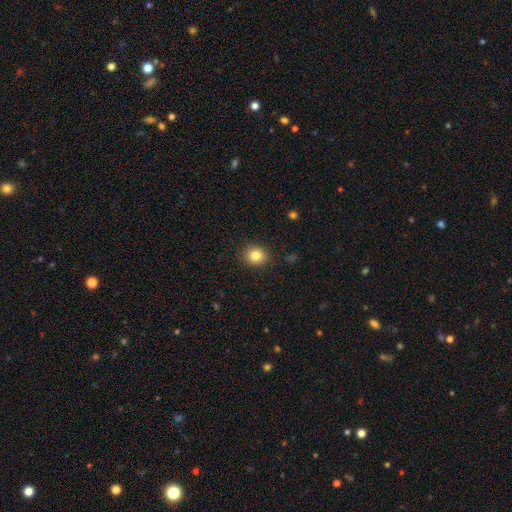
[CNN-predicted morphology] smooth 83%, star or artifact 10%, featured or disk 7%. Down the decision tree: how rounded — round (75%); merging — none (89%).